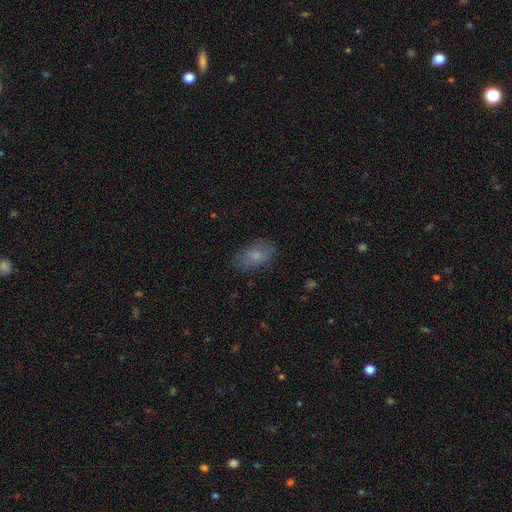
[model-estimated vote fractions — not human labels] smooth-or-featured: smooth: 73% | featured or disk: 18% | star or artifact: 9%
  how-rounded: in between: 90% | round: 8% | cigar-shaped: 2%
  merging: none: 75% | minor disturbance: 18% | major disturbance: 6% | merger: 1%